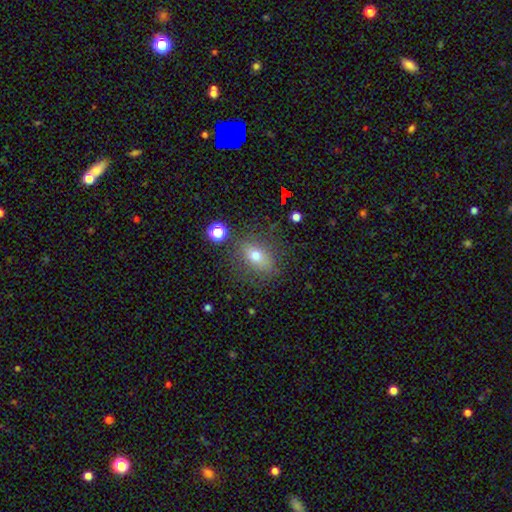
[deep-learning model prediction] Overall: smooth (67%). How rounded: in between (69%). Merging: none (77%).